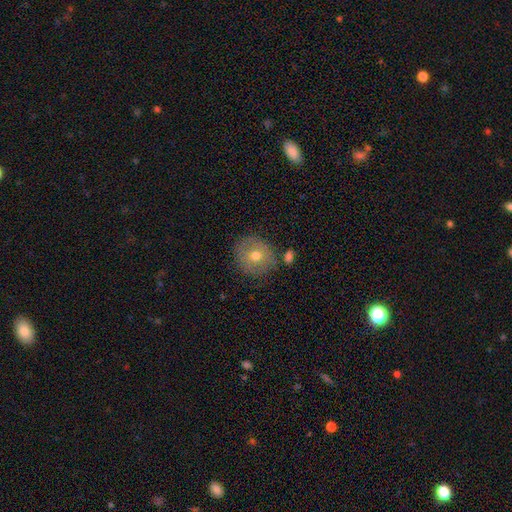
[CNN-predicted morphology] A smooth galaxy with no disk features (63%) that is round (87%).

Vote fractions:
- Smooth or featured? smooth: 63% / featured or disk: 26% / star or artifact: 11%
- How rounded? round: 87% / in between: 12% / cigar-shaped: 1%
- Merging? none: 77% / minor disturbance: 13% / merger: 6% / major disturbance: 4%